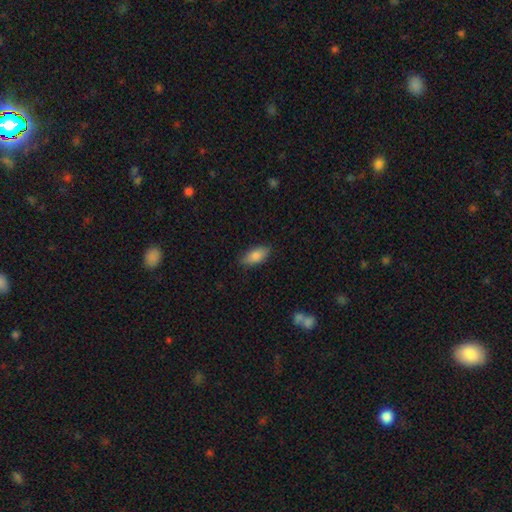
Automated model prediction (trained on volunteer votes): The model was most divided on "merging": none: 84%, minor disturbance: 13%, major disturbance: 3%, merger: 1%. More confident: how rounded — in between (87%); smooth or featured — smooth (83%).